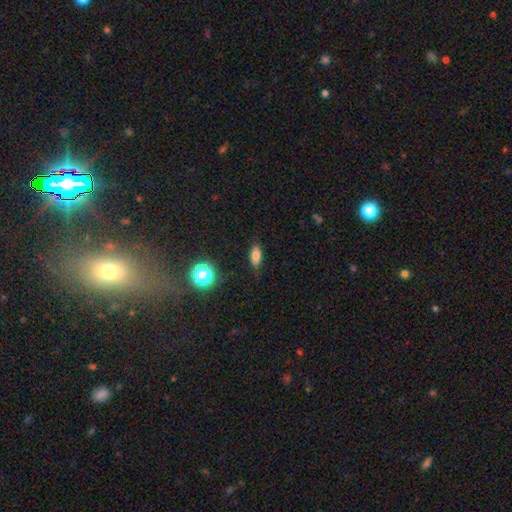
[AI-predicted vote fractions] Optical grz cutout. It shows a smooth galaxy with no disk features (76%) that is in between round and cigar-shaped (75%). Merging: none (80%).